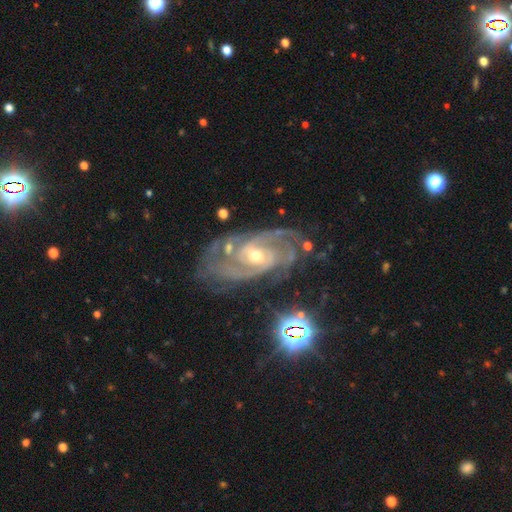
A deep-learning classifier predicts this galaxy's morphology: A featured or disk galaxy (90%) with no bar (45%), 2 (39%) tight (57%) spiral arms (98%) and a moderate central bulge (53%). Merging: none (65%).